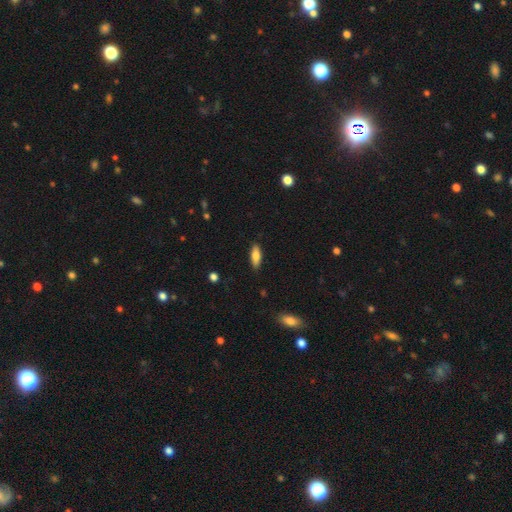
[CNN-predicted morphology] Smooth or featured? Predicted: smooth (p=0.78). How rounded? Predicted: in between (p=0.65). Merging? Predicted: none (p=0.87).